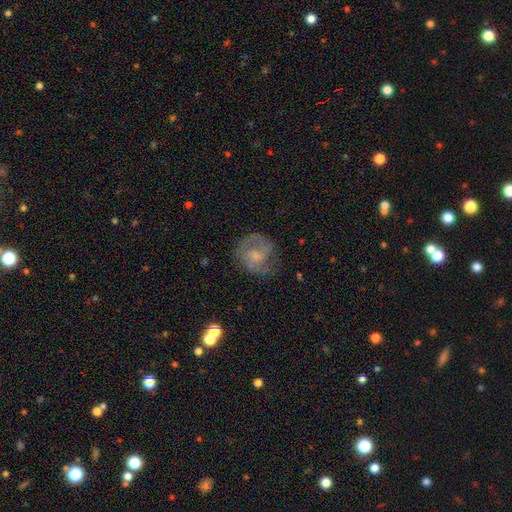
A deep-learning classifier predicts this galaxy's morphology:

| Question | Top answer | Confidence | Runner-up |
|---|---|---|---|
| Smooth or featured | featured or disk | 70% | smooth (22%) |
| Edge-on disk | no | 98% | yes (2%) |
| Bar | no | 49% | weak (43%) |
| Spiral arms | yes | 89% | no (11%) |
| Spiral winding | medium | 50% | tight (32%) |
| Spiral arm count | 2 | 77% | can't tell (12%) |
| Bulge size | small | 39% | moderate (38%) |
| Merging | none | 69% | minor disturbance (20%) |